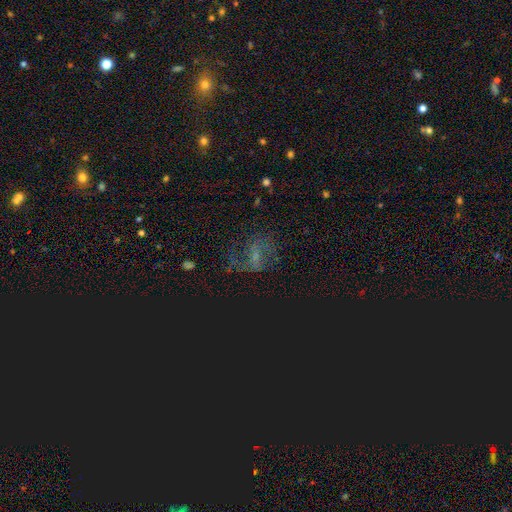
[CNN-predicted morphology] The model was most divided on "smooth or featured": featured or disk: 48%, star or artifact: 32%, smooth: 20%. More confident: merging — none (55%).